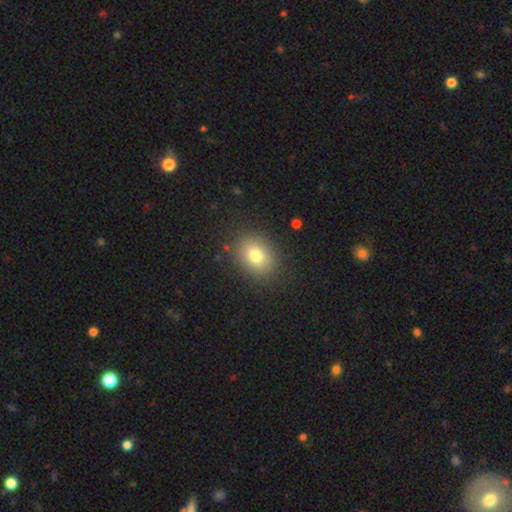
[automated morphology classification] Smooth or featured: smooth — 78% (star or artifact — 11%)
How rounded: in between — 53% (round — 46%)
Merging: none — 86% (minor disturbance — 9%)